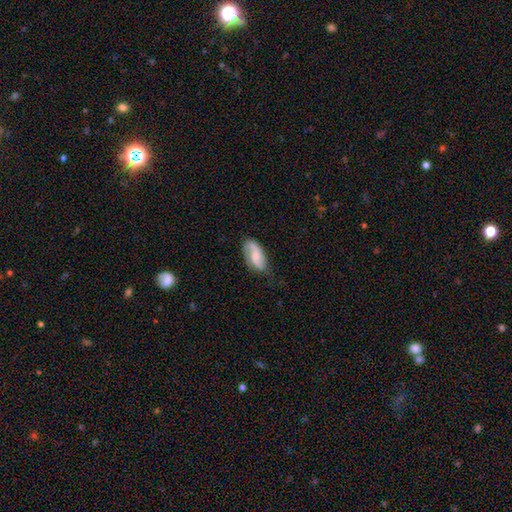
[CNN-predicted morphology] This appears to be a featured or disk galaxy (57%) with no bar (50%), spiral arms (90%) and a small central bulge (43%). Merging: none (59%).